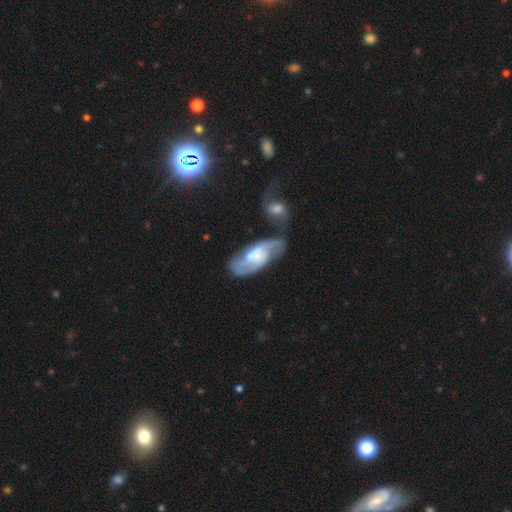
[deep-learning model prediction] This appears to be a featured or disk galaxy (69%) with no bar (50%), 2 (74%) medium (45%) spiral arms (86%) and a small central bulge (46%). Merging: none (36%).